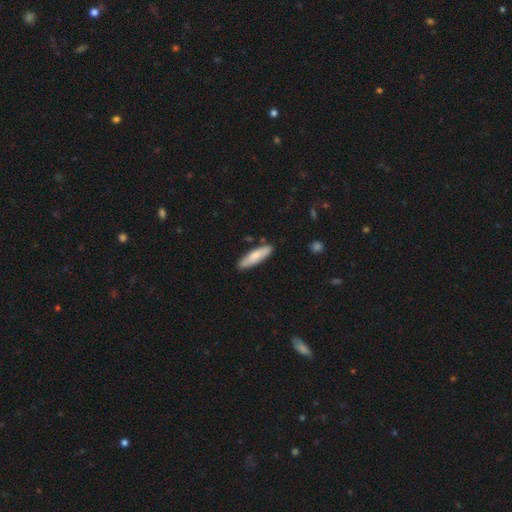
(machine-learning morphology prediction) The model was most divided on "how rounded": cigar-shaped: 72%, in between: 27%, round: 1%. More confident: merging — none (84%); smooth or featured — smooth (75%).